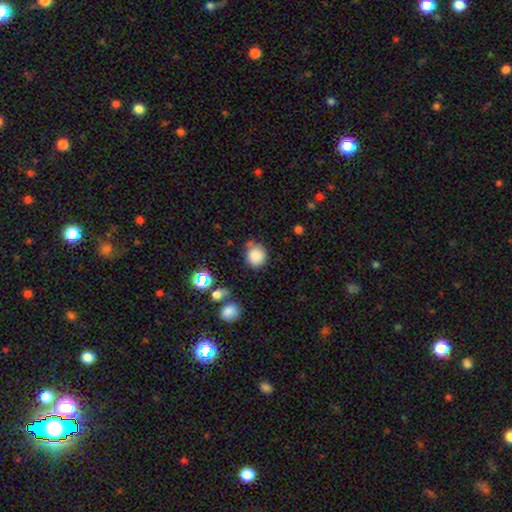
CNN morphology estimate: This appears to be a smooth galaxy with no disk features (85%) that is round (88%). Merging: none (72%).